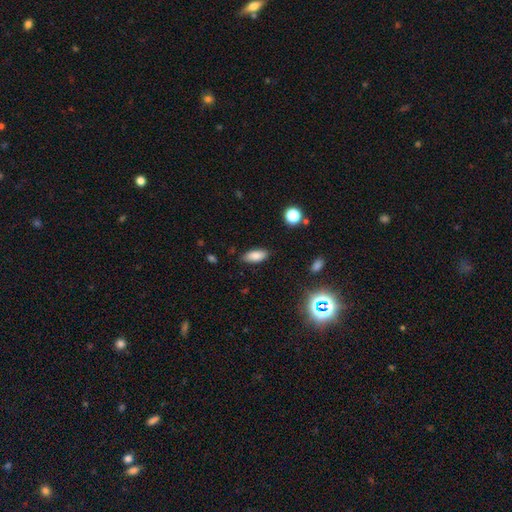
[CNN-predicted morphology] smooth_or_featured: smooth (p=0.83) [alt: star or artifact p=0.09]
how_rounded: in between (p=0.84) [alt: cigar-shaped p=0.13]
merging: none (p=0.86) [alt: minor disturbance p=0.10]